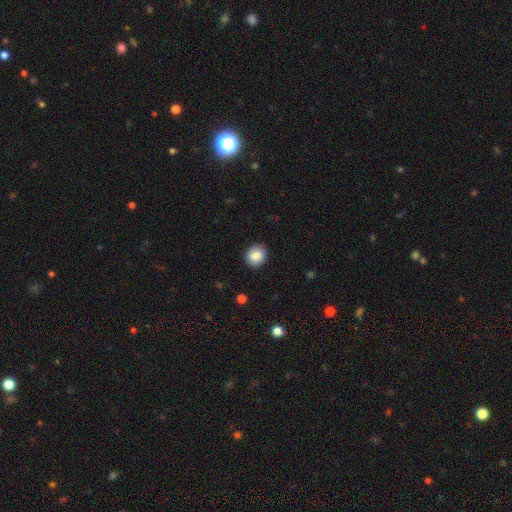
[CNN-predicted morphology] type=smooth (86%); roundness=round (75%); merging=none (88%).